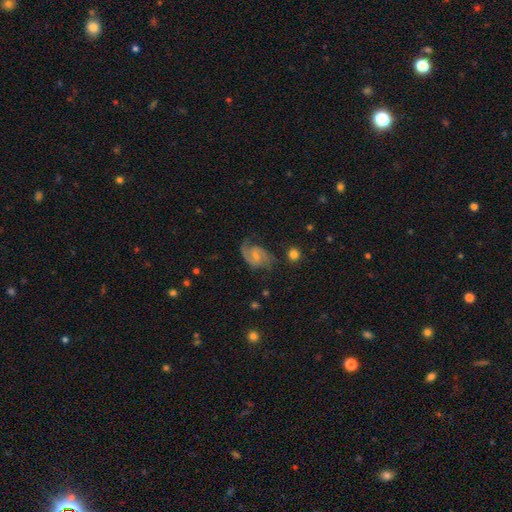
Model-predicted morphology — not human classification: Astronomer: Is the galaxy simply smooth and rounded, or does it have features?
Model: featured or disk — 82%.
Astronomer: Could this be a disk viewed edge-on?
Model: no — 97%.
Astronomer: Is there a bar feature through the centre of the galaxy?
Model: weak — 49% (runner-up: no, 41%).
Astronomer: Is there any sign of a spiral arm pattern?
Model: yes — 96%.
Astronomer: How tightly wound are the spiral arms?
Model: medium — 52%.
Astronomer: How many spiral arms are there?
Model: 2 — 83%.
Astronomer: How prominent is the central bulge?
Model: small — 55% (runner-up: moderate, 34%).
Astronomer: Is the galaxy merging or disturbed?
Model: none — 66%.